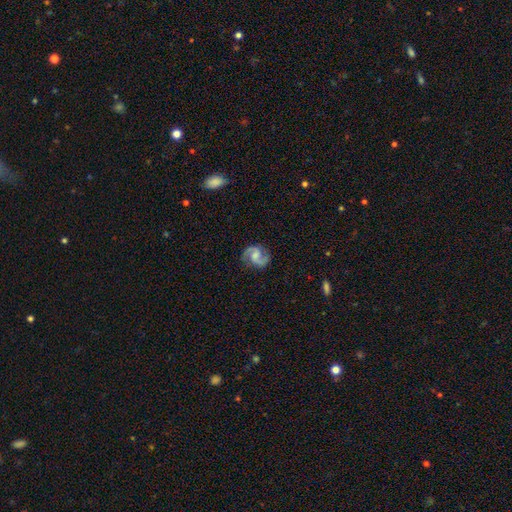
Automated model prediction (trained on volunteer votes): featured or disk 90%, smooth 6%, star or artifact 5%. Down the decision tree: edge-on disk — no (98%); bar — weak (47%); spiral arms — yes (98%); spiral arm count — 2 (94%); spiral winding — medium (59%); bulge size — moderate (39%); merging — none (82%).